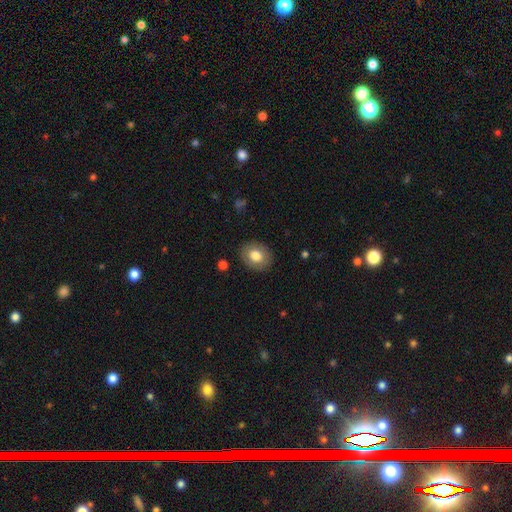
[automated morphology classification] Smooth or featured: smooth — 76% (featured or disk — 16%)
How rounded: in between — 51% (round — 48%)
Merging: none — 88% (minor disturbance — 9%)